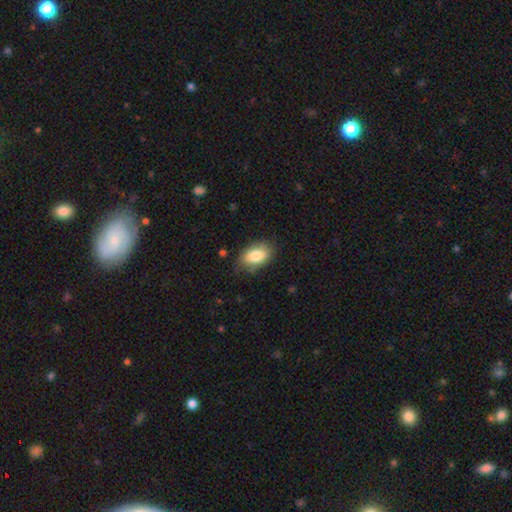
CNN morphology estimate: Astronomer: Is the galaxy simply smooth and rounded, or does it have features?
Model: smooth — 83%.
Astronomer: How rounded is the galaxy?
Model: in between — 91%.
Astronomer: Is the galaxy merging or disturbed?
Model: none — 75%.